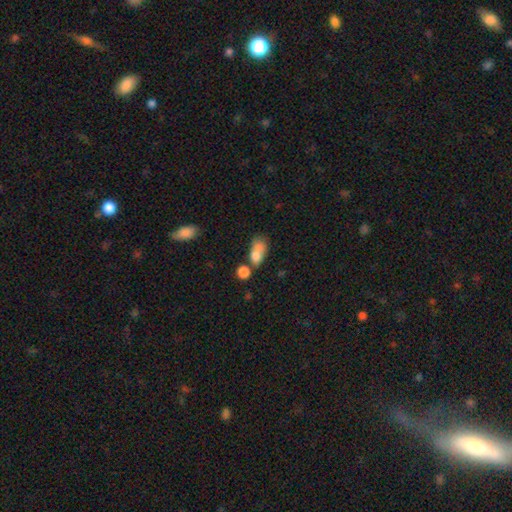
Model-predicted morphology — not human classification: A smooth galaxy with no disk features (73%) that is in between round and cigar-shaped (73%).

Vote fractions:
- Smooth or featured? smooth: 73% / featured or disk: 16% / star or artifact: 11%
- How rounded? in between: 73% / round: 23% / cigar-shaped: 5%
- Merging? merger: 46% / none: 26% / minor disturbance: 16% / major disturbance: 12%